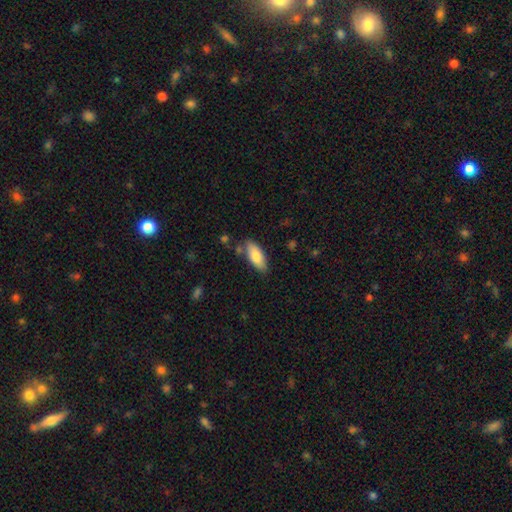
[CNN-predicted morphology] Smooth or featured? smooth (81%)
How rounded? in between (85%)
Merging? none (75%)